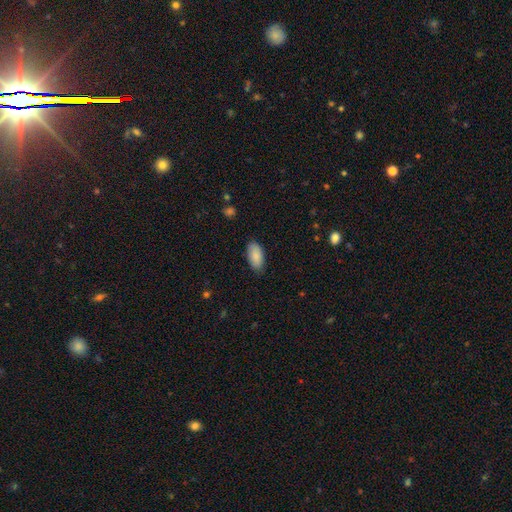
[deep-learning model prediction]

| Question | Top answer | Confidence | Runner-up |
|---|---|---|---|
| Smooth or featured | smooth | 88% | star or artifact (6%) |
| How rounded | in between | 94% | cigar-shaped (4%) |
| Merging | none | 84% | minor disturbance (13%) |